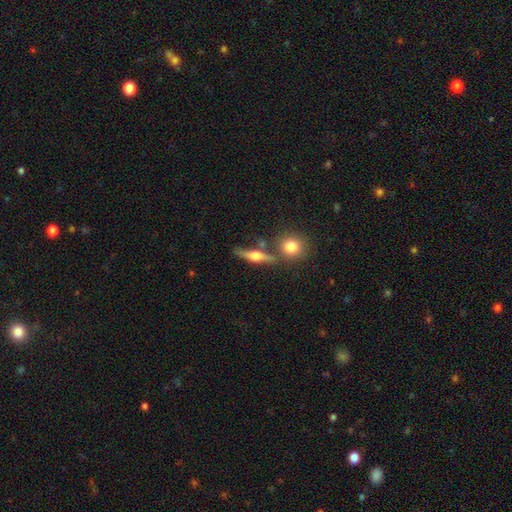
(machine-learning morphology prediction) A featured or disk galaxy (58%) viewed edge-on (92%) with a rounded central bulge (93%).

Vote fractions:
- Smooth or featured? featured or disk: 58% / smooth: 33% / star or artifact: 9%
- Edge-on disk? yes: 92% / no: 8%
- Edge-on bulge? rounded: 93% / boxy: 4% / none: 3%
- Merging? none: 72% / merger: 13% / minor disturbance: 11% / major disturbance: 4%